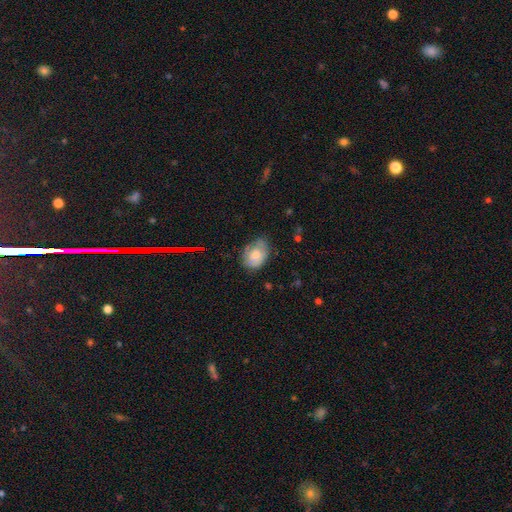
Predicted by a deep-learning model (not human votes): Morphology: type=smooth (62%); roundness=in between (71%); merging=none (55%).